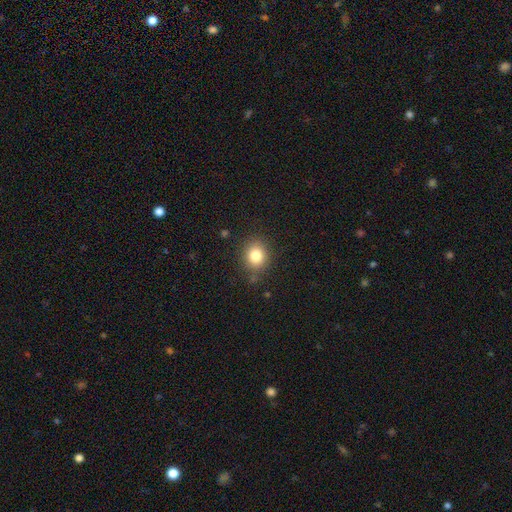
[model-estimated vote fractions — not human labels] Morphology: type=smooth (82%); roundness=round (70%); merging=none (82%).